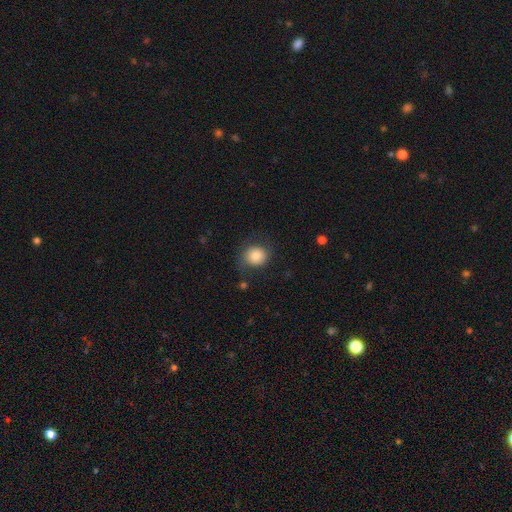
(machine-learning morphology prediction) This appears to be a smooth galaxy with no disk features (83%) that is round (76%). Merging: none (71%).